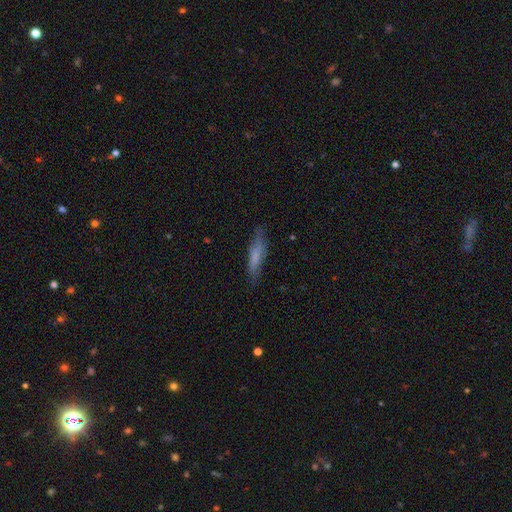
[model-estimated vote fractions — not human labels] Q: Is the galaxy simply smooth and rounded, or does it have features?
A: smooth — 62%.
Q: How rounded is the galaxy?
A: cigar-shaped — 81%.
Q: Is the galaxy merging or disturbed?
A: none — 75%.